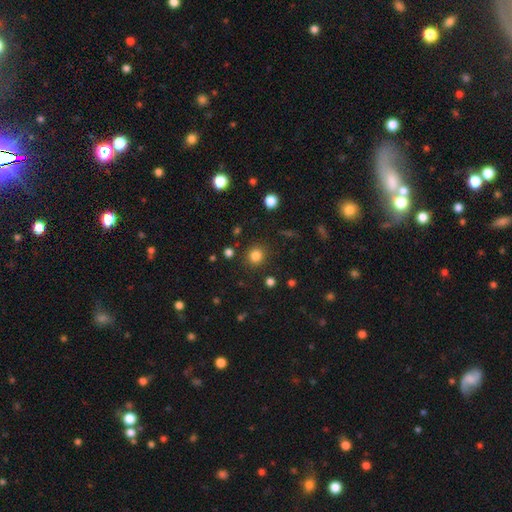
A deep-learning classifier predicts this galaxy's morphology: smooth 82%, star or artifact 13%, featured or disk 5%. Down the decision tree: how rounded — round (90%); merging — none (88%).